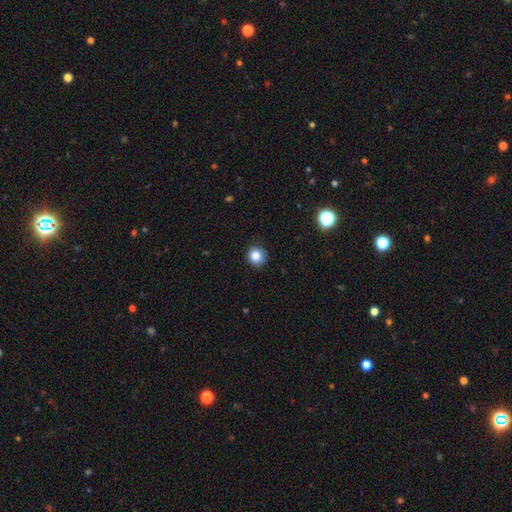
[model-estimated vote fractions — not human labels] smooth_or_featured: smooth (p=0.85) [alt: star or artifact p=0.11]
how_rounded: round (p=0.93) [alt: in between p=0.06]
merging: none (p=0.88) [alt: minor disturbance p=0.09]